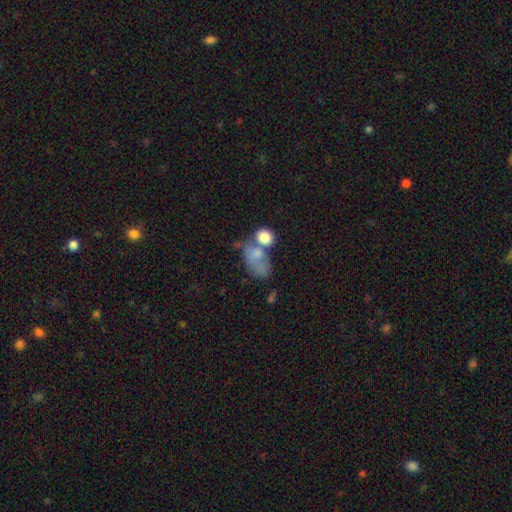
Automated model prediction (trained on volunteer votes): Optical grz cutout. It shows a smooth galaxy with no disk features (72%) that is in between round and cigar-shaped (72%). Merging: merger (44%).